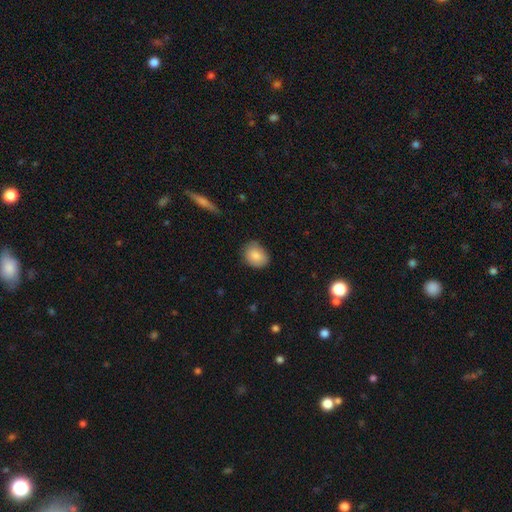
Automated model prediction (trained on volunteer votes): Smooth or featured: smooth — 86% (star or artifact — 7%)
How rounded: in between — 56% (round — 43%)
Merging: none — 77% (minor disturbance — 19%)